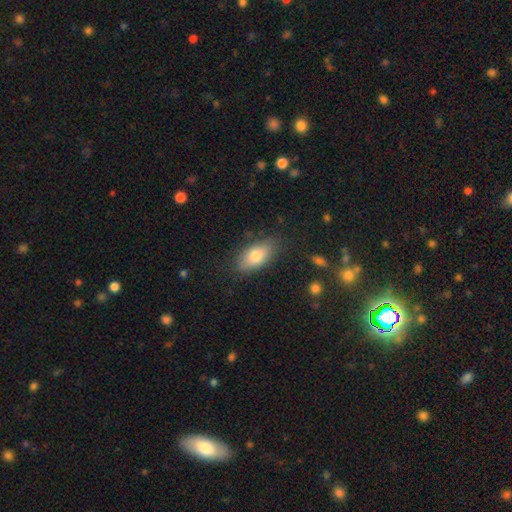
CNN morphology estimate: Q: Smooth or featured?
A: smooth (77%); runner-up: featured or disk (16%)
Q: How rounded?
A: in between (88%); runner-up: cigar-shaped (7%)
Q: Merging?
A: none (81%); runner-up: minor disturbance (14%)